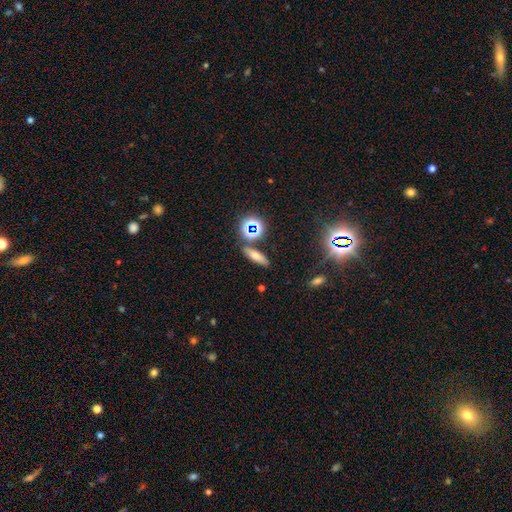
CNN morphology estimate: Smooth or featured? Predicted: smooth (p=0.62). How rounded? Predicted: cigar-shaped (p=0.57). Merging? Predicted: none (p=0.81).